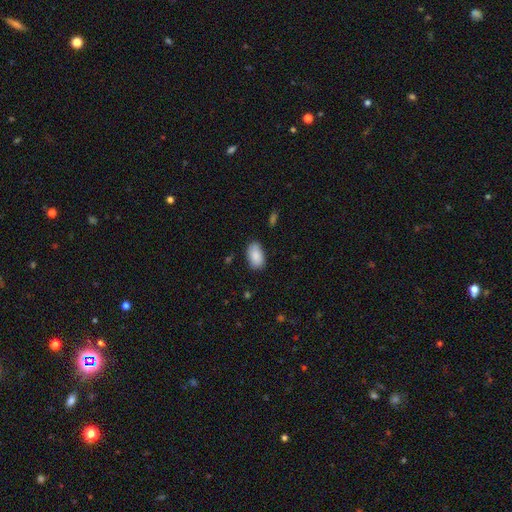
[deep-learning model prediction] Smooth or featured: smooth — 88% (star or artifact — 6%)
How rounded: in between — 94% (round — 4%)
Merging: none — 80% (minor disturbance — 16%)